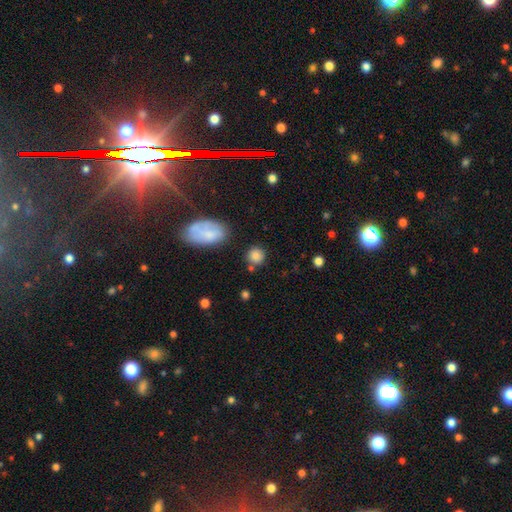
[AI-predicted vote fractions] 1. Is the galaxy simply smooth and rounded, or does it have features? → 83% smooth, 10% star or artifact, 7% featured or disk.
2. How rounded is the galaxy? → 86% round, 13% in between, 1% cigar-shaped.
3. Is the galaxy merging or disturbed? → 79% none, 12% minor disturbance, 6% merger, 4% major disturbance.